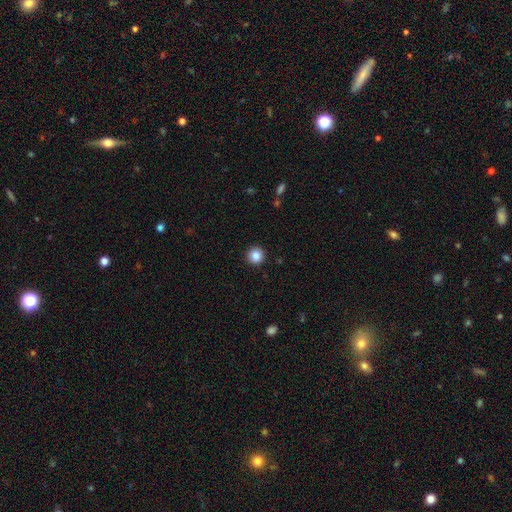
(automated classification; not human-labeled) The model was most divided on "smooth or featured": smooth: 86%, star or artifact: 10%, featured or disk: 4%. More confident: how rounded — round (95%); merging — none (93%).